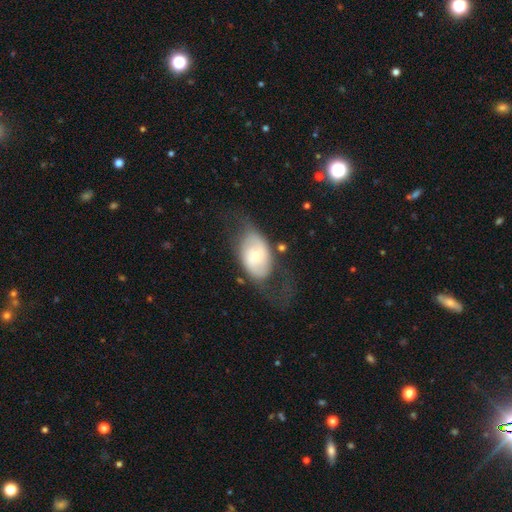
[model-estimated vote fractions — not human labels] This appears to be a featured or disk galaxy (53%). Merging: none (49%).